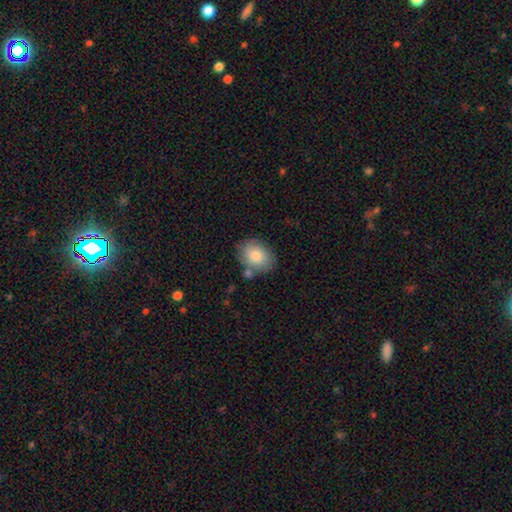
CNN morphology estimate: Smooth or featured? Predicted: smooth (p=0.81). How rounded? Predicted: in between (p=0.63). Merging? Predicted: none (p=0.73).